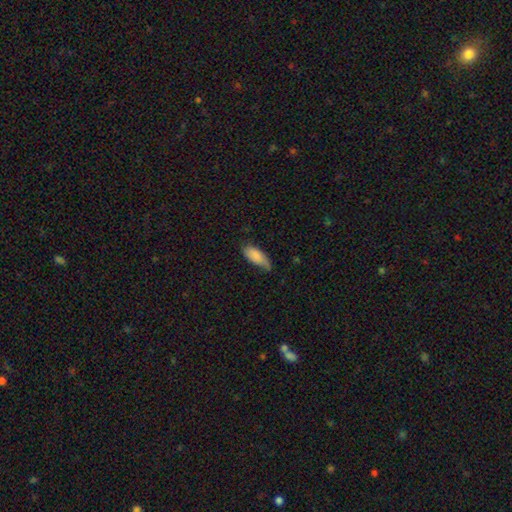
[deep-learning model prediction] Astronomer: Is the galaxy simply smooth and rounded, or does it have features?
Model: smooth — 85%.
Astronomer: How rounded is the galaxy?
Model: in between — 83%.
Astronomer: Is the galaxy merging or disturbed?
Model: none — 54% (runner-up: minor disturbance, 37%).